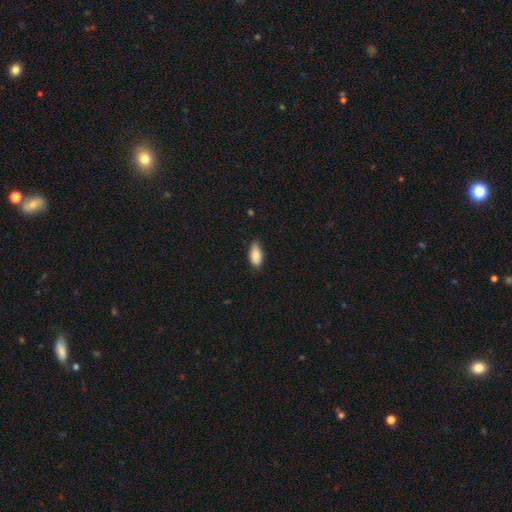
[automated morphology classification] smooth 86%, featured or disk 8%, star or artifact 7%. Down the decision tree: how rounded — in between (90%); merging — none (69%).